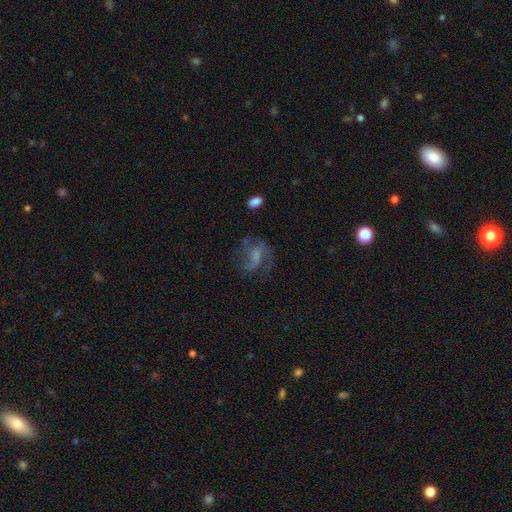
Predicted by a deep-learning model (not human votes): This appears to be a featured or disk galaxy (60%) with no bar (48%), spiral arms (77%) and no central bulge (35%). Merging: none (44%).